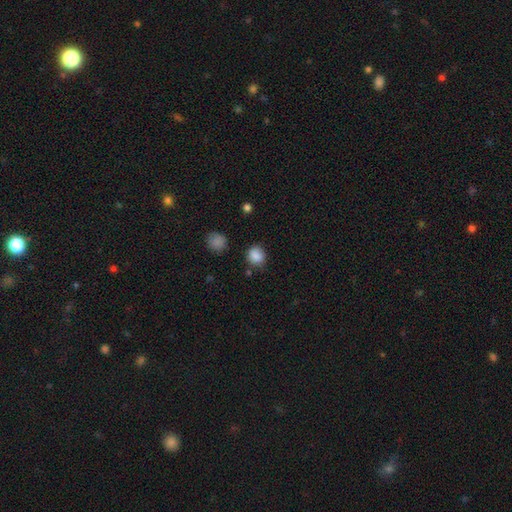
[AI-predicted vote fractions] Smooth or featured: smooth — 86% (star or artifact — 10%)
How rounded: round — 74% (in between — 25%)
Merging: none — 76% (minor disturbance — 16%)